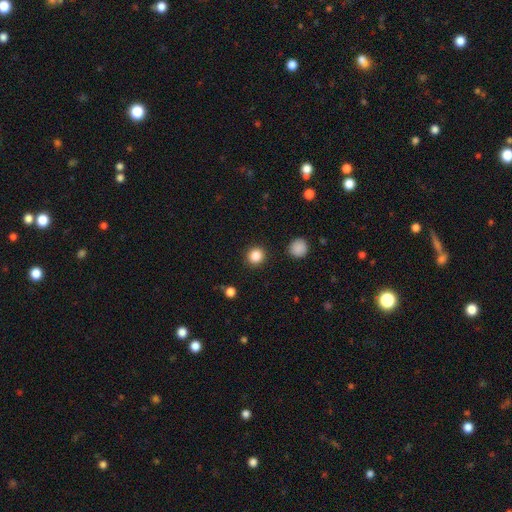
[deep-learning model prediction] The model was most divided on "smooth or featured": smooth: 85%, star or artifact: 11%, featured or disk: 4%. More confident: how rounded — round (91%); merging — none (91%).